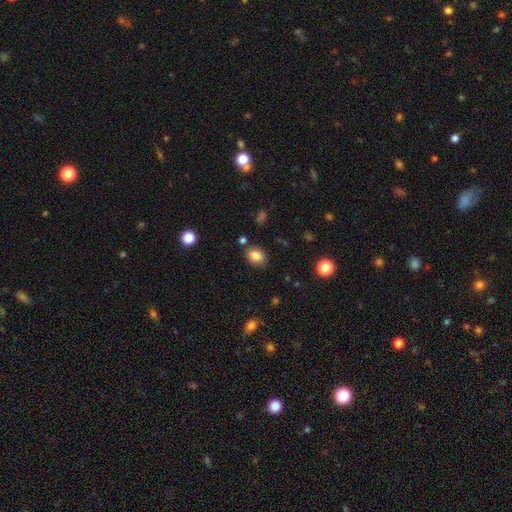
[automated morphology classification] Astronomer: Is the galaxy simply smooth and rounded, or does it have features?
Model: smooth — 83%.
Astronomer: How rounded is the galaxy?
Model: in between — 65%.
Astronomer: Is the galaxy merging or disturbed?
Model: none — 82%.